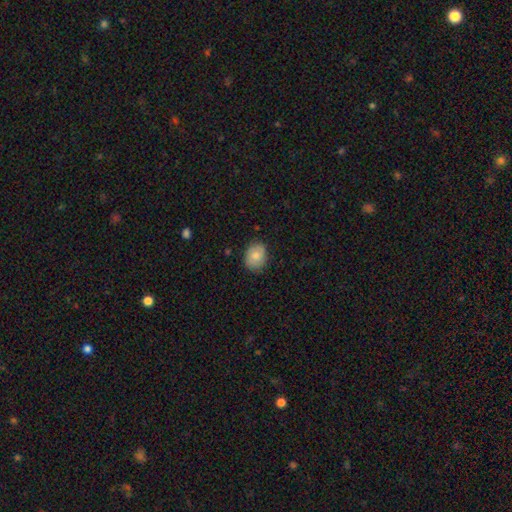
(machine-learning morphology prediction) Smooth or featured?
  - smooth: 79% *
  - featured or disk: 14%
  - star or artifact: 7%
How rounded?
  - in between: 58% *
  - round: 41%
  - cigar-shaped: 1%
Merging?
  - none: 83% *
  - minor disturbance: 13%
  - major disturbance: 3%
  - merger: 1%